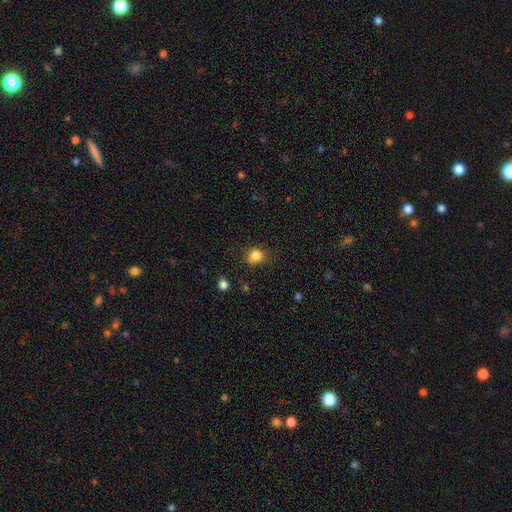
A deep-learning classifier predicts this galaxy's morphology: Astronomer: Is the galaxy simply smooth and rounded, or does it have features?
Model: smooth — 84%.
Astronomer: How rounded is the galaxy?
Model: round — 78%.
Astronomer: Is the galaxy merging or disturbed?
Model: none — 78%.